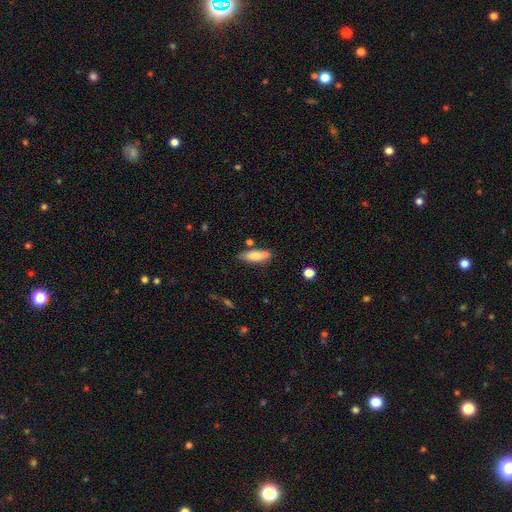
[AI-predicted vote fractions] A smooth galaxy with no disk features (71%) that is in between round and cigar-shaped (52%). Merging: none (58%).